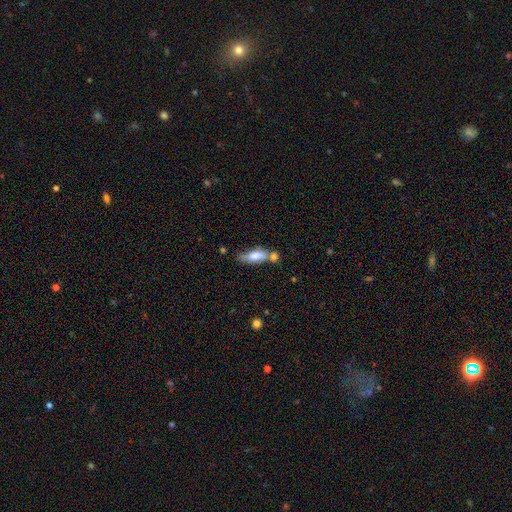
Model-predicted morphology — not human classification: Overall: smooth (69%). How rounded: in between (55%; cigar-shaped 42%). Merging: none (46%; merger 29%).